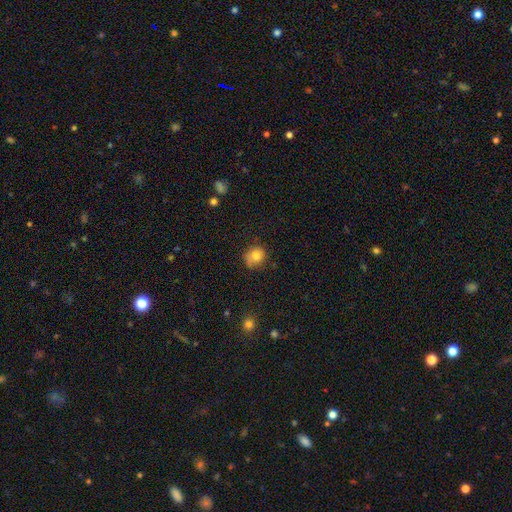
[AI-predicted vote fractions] This appears to be a smooth galaxy with no disk features (79%) that is round (73%). Merging: none (62%).